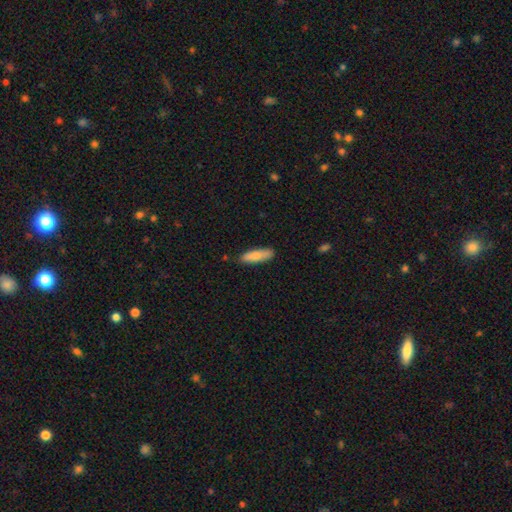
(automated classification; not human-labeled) smooth_or_featured: smooth (p=0.80) [alt: featured or disk p=0.15]
how_rounded: cigar-shaped (p=0.53) [alt: in between p=0.45]
merging: none (p=0.84) [alt: minor disturbance p=0.13]